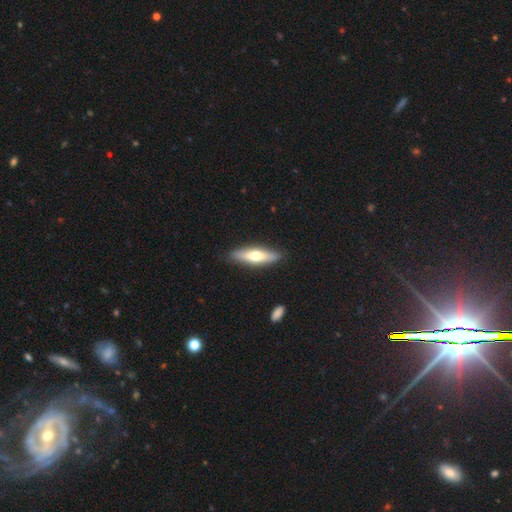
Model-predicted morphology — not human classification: Smooth or featured? Predicted: smooth (p=0.53). How rounded? Predicted: cigar-shaped (p=0.68). Merging? Predicted: none (p=0.88).